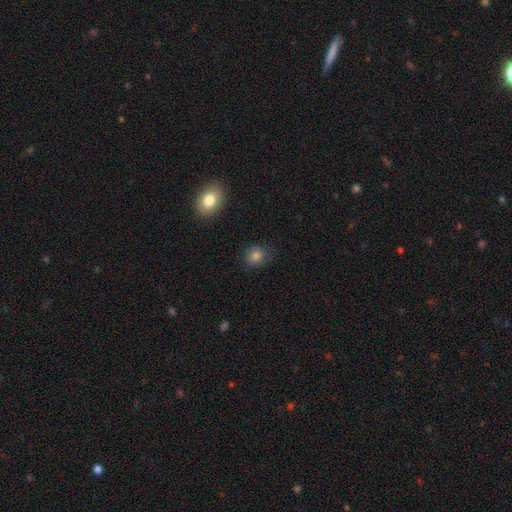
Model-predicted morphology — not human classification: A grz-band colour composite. It shows a smooth galaxy with no disk features (81%) that is round (68%). Merging: none (80%).